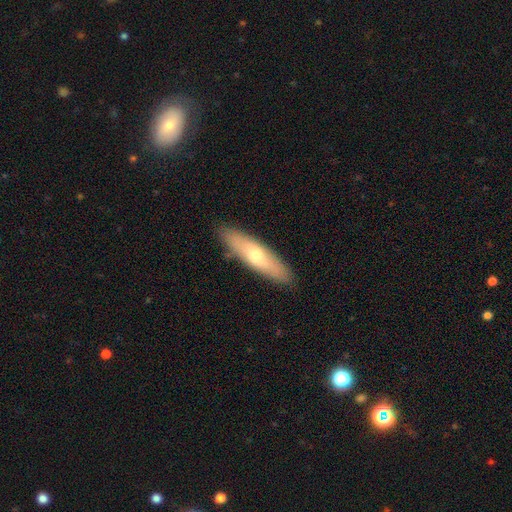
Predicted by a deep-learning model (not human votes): A smooth galaxy with no disk features (56%) that is cigar-shaped (65%). Merging: none (87%).